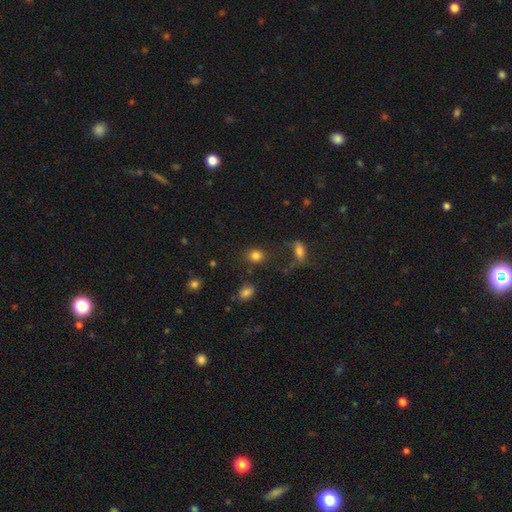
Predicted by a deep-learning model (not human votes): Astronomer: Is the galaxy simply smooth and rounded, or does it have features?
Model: smooth — 82%.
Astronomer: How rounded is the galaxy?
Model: round — 67%.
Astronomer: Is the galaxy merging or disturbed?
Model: none — 77%.